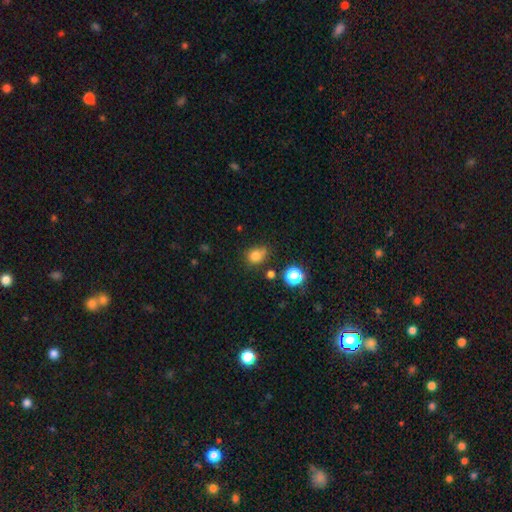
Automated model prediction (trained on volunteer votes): Overall: smooth (79%). How rounded: round (68%; in between 31%). Merging: none (58%; minor disturbance 25%).